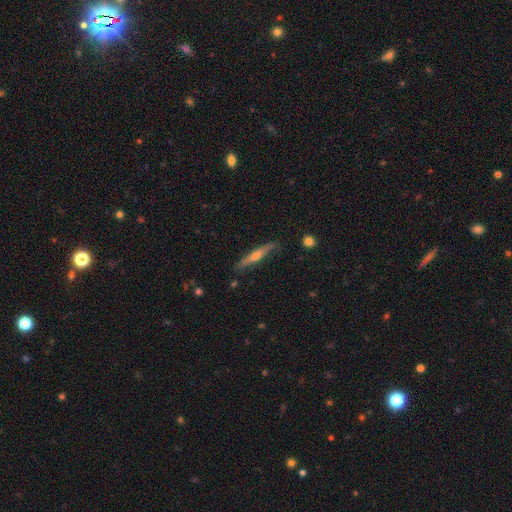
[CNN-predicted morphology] type=featured or disk (65%); edge-on=yes (95%); edge-on bulge=rounded (88%); merging=none (83%).